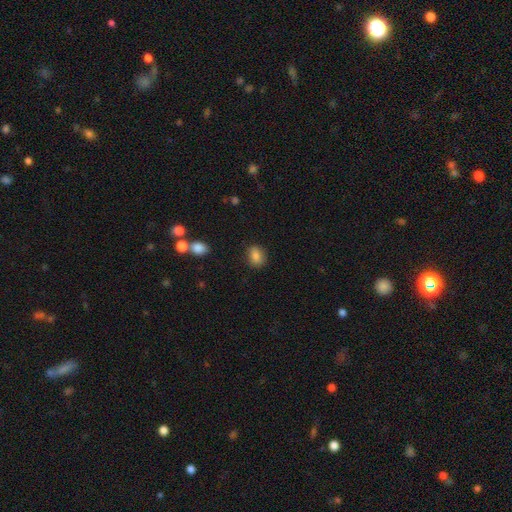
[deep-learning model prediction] The model was most divided on "how rounded": in between: 57%, round: 41%, cigar-shaped: 2%. More confident: smooth or featured — smooth (84%); merging — none (83%).